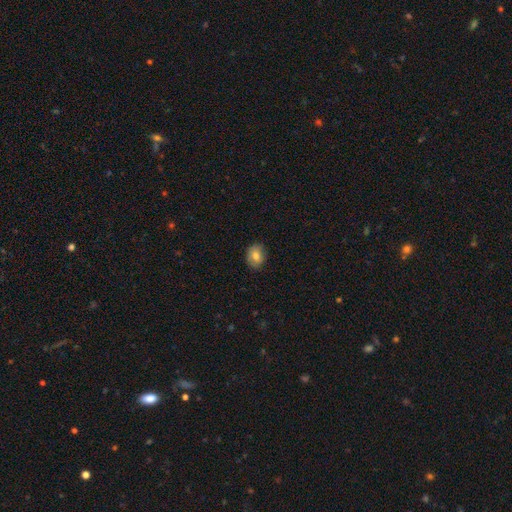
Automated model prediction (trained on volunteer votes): Smooth or featured?
  - smooth: 78% *
  - featured or disk: 13%
  - star or artifact: 9%
How rounded?
  - in between: 51% *
  - round: 48%
  - cigar-shaped: 1%
Merging?
  - none: 83% *
  - minor disturbance: 13%
  - major disturbance: 2%
  - merger: 1%